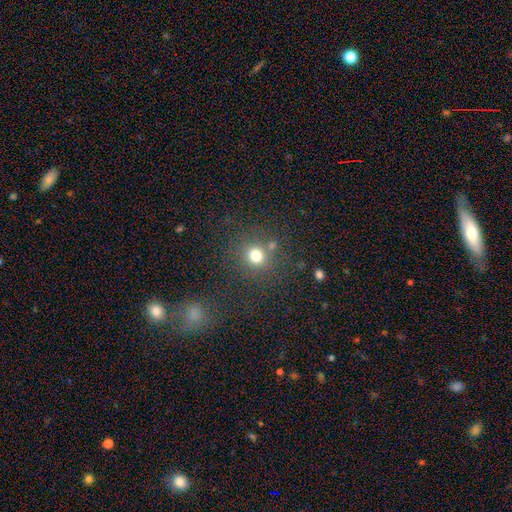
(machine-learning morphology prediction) This is likely a smooth galaxy (74%). How rounded: clearly round (87%). Merging: likely none (76%).